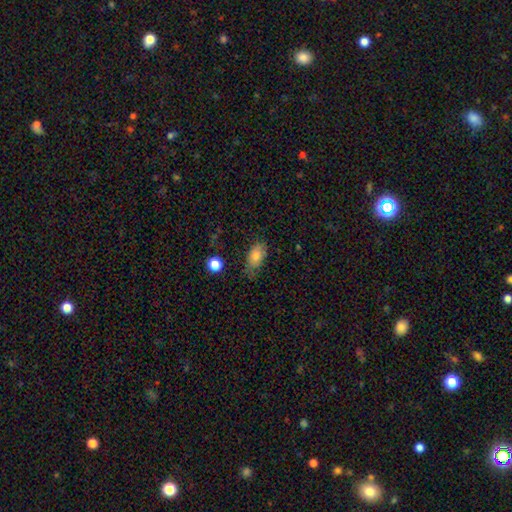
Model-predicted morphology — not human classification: type=smooth (78%); roundness=in between (88%); merging=none (64%).